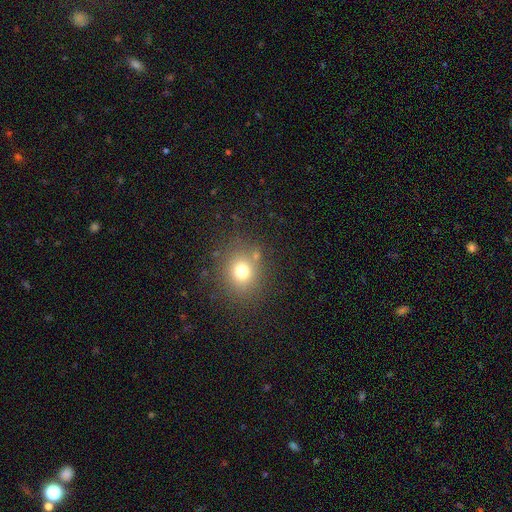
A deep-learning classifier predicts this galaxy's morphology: Smooth or featured?
  - smooth: 73% *
  - star or artifact: 17%
  - featured or disk: 10%
How rounded?
  - round: 73% *
  - in between: 26%
  - cigar-shaped: 1%
Merging?
  - none: 80% *
  - minor disturbance: 10%
  - merger: 6%
  - major disturbance: 4%